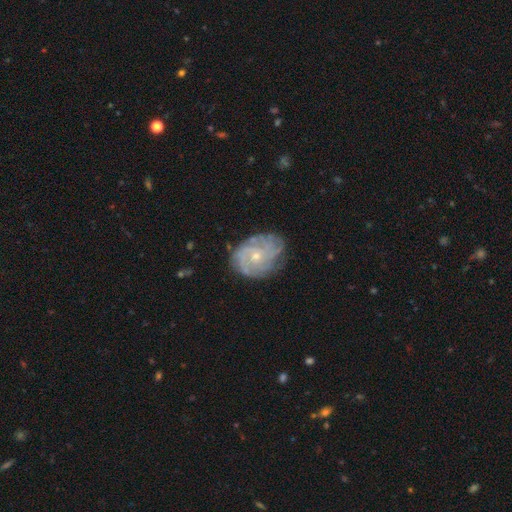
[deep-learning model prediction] A featured or disk galaxy (80%) with no bar (78%), tight (64%) spiral arms (93%) and a small central bulge (69%).

Vote fractions:
- Smooth or featured? featured or disk: 80% / smooth: 13% / star or artifact: 7%
- Edge-on disk? no: 97% / yes: 3%
- Bar? no: 78% / weak: 19% / strong: 3%
- Spiral arms? yes: 93% / no: 7%
- Spiral winding? tight: 64% / medium: 28% / loose: 8%
- Spiral arm count? can't tell: 37% / 4: 19% / 3: 17% / 2: 12% / more than 4: 8% / 1: 6%
- Bulge size? small: 69% / moderate: 28% / none: 1% / large: 1% / dominant: 1%
- Merging? none: 73% / minor disturbance: 19% / major disturbance: 6% / merger: 1%